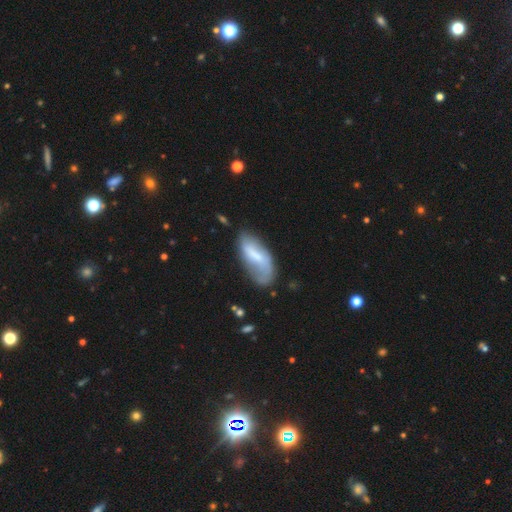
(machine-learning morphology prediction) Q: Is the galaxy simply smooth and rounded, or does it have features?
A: smooth — 51%.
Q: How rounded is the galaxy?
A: in between — 83%.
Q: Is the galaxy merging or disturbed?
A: none — 52%.